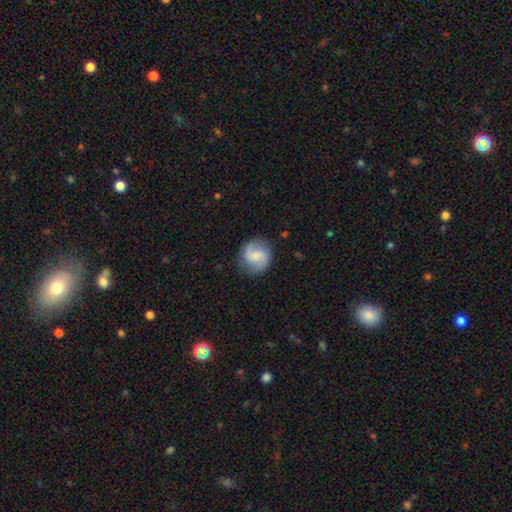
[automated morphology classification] Q: Smooth or featured?
A: featured or disk (67%); runner-up: smooth (27%)
Q: Edge-on disk?
A: no (98%); runner-up: yes (2%)
Q: Bar?
A: weak (50%); runner-up: no (37%)
Q: Spiral arms?
A: yes (94%); runner-up: no (6%)
Q: Spiral winding?
A: medium (46%); runner-up: loose (37%)
Q: Spiral arm count?
A: 2 (90%); runner-up: can't tell (4%)
Q: Bulge size?
A: small (51%); runner-up: moderate (33%)
Q: Merging?
A: none (84%); runner-up: minor disturbance (11%)